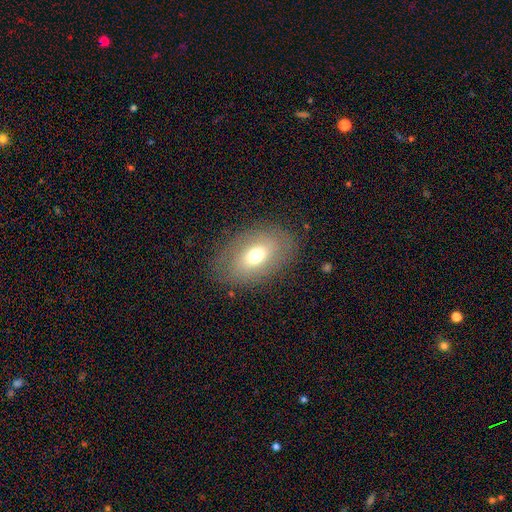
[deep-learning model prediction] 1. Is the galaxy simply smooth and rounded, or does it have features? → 65% smooth, 25% featured or disk, 10% star or artifact.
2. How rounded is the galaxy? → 85% in between, 14% round, 1% cigar-shaped.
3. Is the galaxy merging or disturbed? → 81% none, 12% minor disturbance, 6% major disturbance, 1% merger.